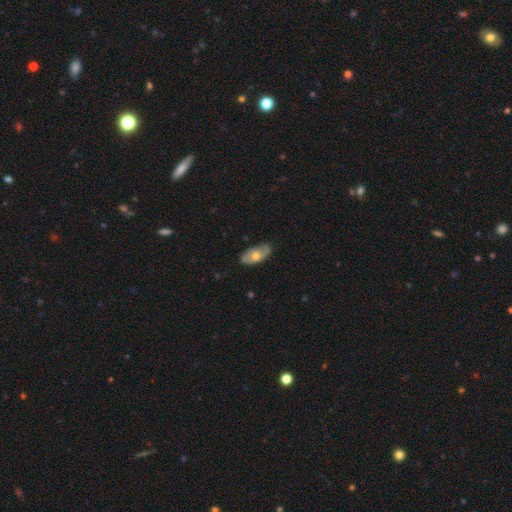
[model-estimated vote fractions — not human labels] The model was most divided on "smooth or featured": smooth: 48%, featured or disk: 46%, star or artifact: 6%. More confident: merging — none (75%).